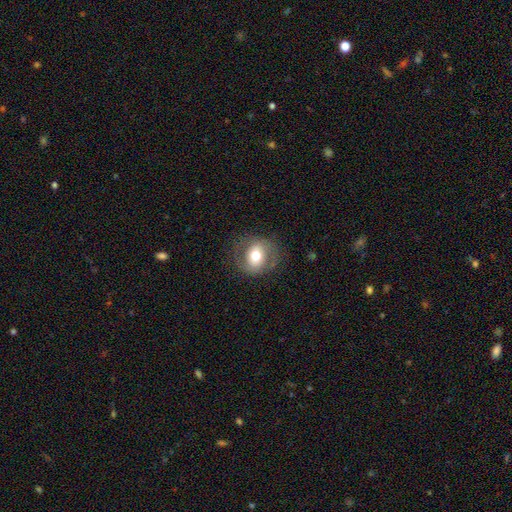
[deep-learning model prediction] A smooth galaxy with no disk features (54%) that is round (66%). Merging: none (74%).